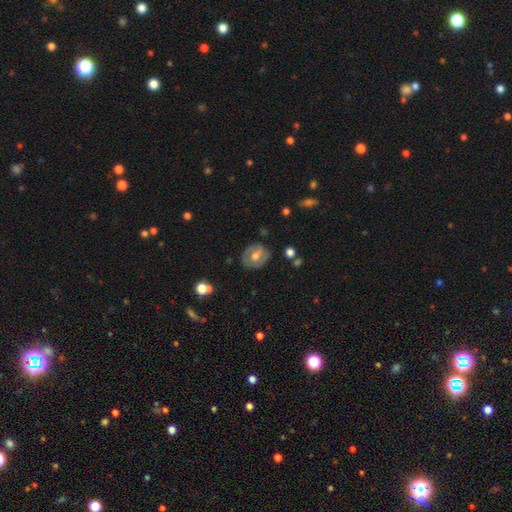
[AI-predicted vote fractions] Overall: featured or disk (50%; smooth 44%). Merging: none (78%).